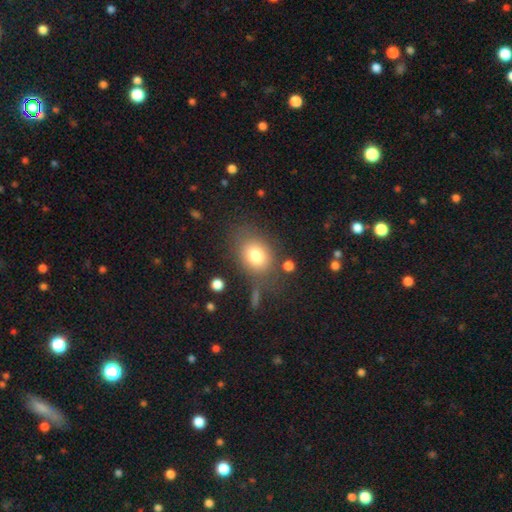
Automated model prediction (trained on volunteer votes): A smooth galaxy with no disk features (77%) that is in between round and cigar-shaped (52%). Merging: none (70%).